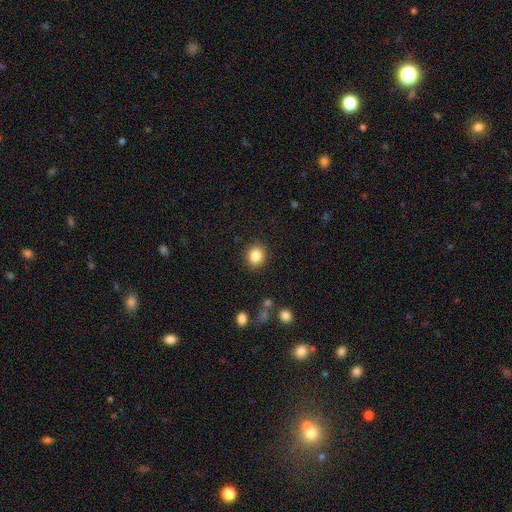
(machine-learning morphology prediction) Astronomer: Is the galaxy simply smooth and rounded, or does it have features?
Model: smooth — 85%.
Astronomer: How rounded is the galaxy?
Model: round — 74%.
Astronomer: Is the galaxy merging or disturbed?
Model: none — 89%.